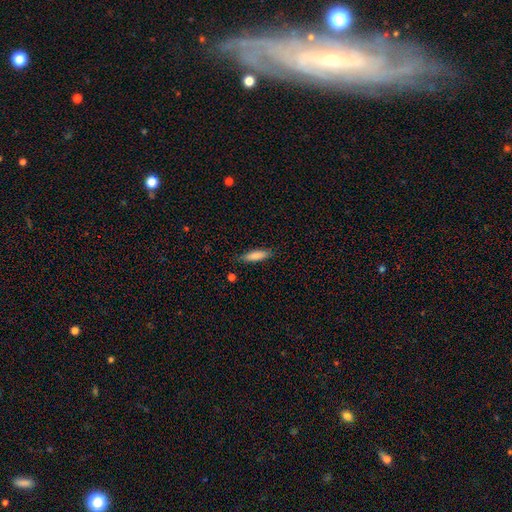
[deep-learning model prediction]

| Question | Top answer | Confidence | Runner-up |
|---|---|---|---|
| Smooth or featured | smooth | 84% | featured or disk (10%) |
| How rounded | cigar-shaped | 64% | in between (34%) |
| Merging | none | 84% | minor disturbance (12%) |